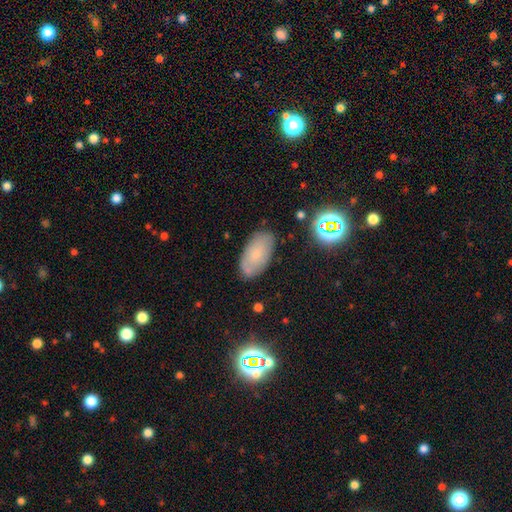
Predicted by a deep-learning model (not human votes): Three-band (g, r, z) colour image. It shows a smooth galaxy with no disk features (65%) that is in between round and cigar-shaped (94%). Merging: none (79%).